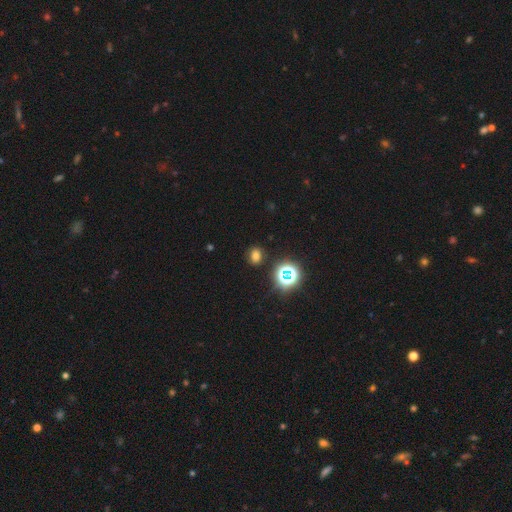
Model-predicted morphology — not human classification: The model was most divided on "how rounded": in between: 52%, round: 47%, cigar-shaped: 1%. More confident: merging — none (85%); smooth or featured — smooth (67%).